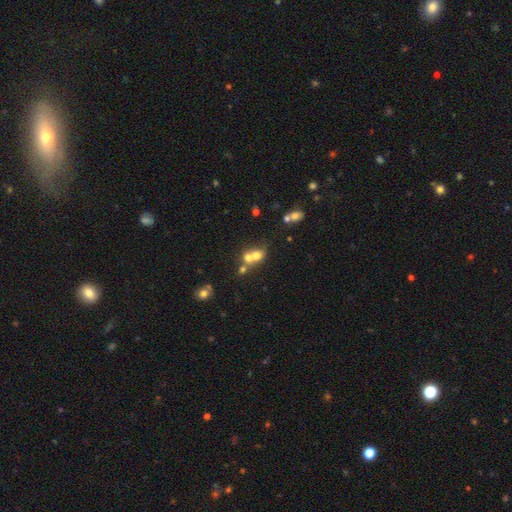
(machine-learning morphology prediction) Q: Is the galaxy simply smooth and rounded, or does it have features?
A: smooth — 64%.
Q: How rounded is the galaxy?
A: round — 67%.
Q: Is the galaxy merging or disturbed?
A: merger — 62%.